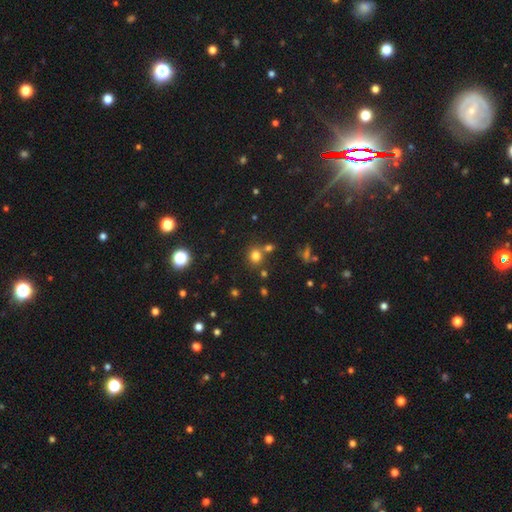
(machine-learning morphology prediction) Smooth or featured? smooth (74%)
How rounded? round (82%)
Merging? none (67%)